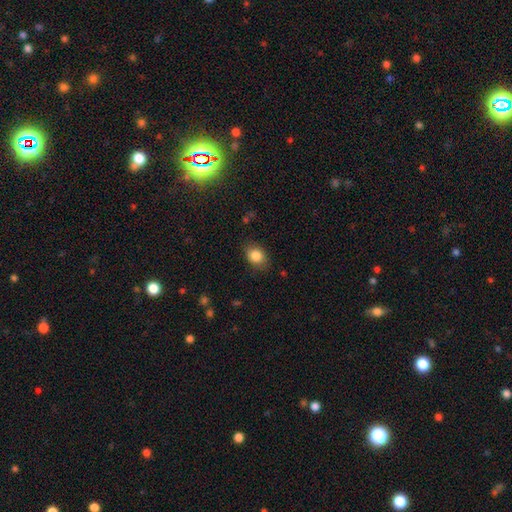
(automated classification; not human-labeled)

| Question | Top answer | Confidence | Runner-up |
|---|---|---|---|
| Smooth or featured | smooth | 85% | star or artifact (9%) |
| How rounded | in between | 59% | round (40%) |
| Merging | none | 81% | minor disturbance (14%) |